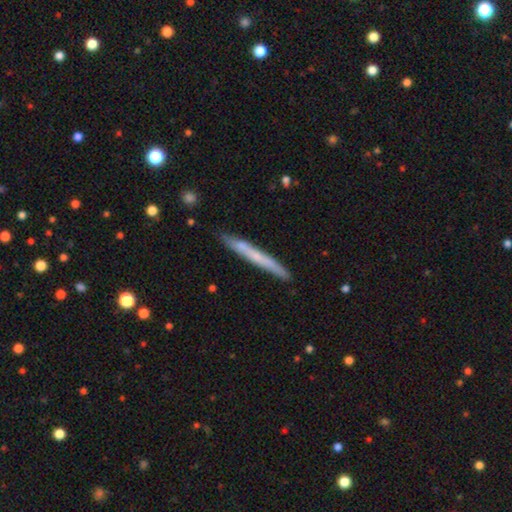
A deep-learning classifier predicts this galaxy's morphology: This is possibly a smooth galaxy (53%). How rounded: clearly cigar-shaped (97%). Merging: clearly none (88%).